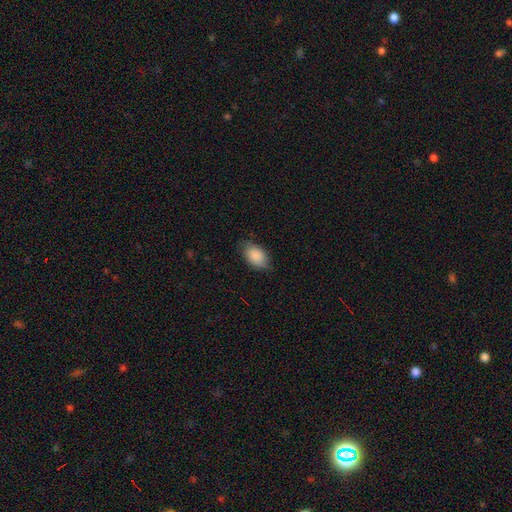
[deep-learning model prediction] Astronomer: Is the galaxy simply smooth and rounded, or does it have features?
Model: smooth — 88%.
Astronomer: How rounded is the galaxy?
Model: in between — 90%.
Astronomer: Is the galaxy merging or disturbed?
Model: none — 74%.